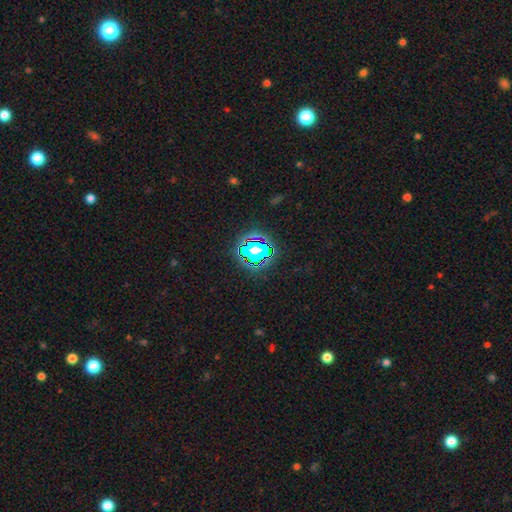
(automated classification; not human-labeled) Smooth or featured?
  - star or artifact: 80% *
  - smooth: 12%
  - featured or disk: 8%